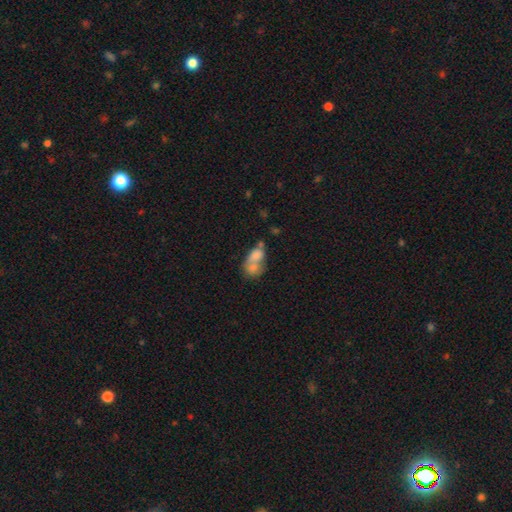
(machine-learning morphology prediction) A smooth galaxy with no disk features (70%) that is in between round and cigar-shaped (76%).

Vote fractions:
- Smooth or featured? smooth: 70% / featured or disk: 20% / star or artifact: 10%
- How rounded? in between: 76% / round: 22% / cigar-shaped: 2%
- Merging? merger: 69% / none: 16% / minor disturbance: 8% / major disturbance: 7%